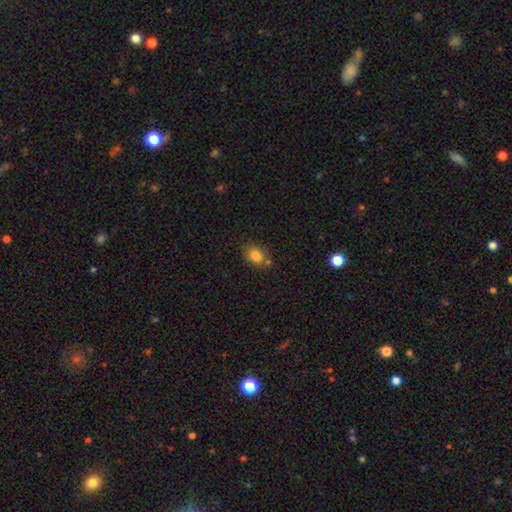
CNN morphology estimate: Overall: smooth (83%). How rounded: in between (66%; round 32%). Merging: none (72%).